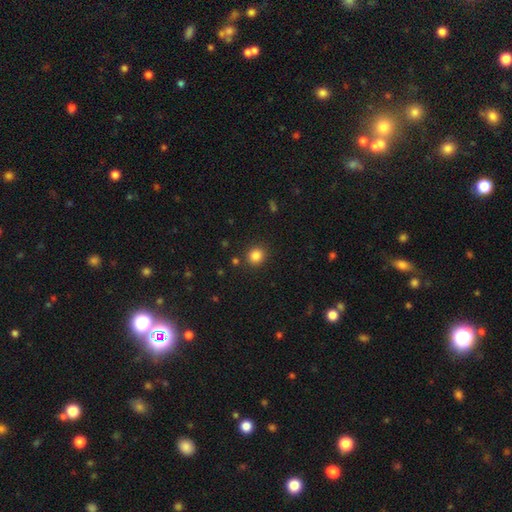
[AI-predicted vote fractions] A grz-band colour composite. It shows a smooth galaxy with no disk features (84%) that is round (85%). Merging: none (88%).